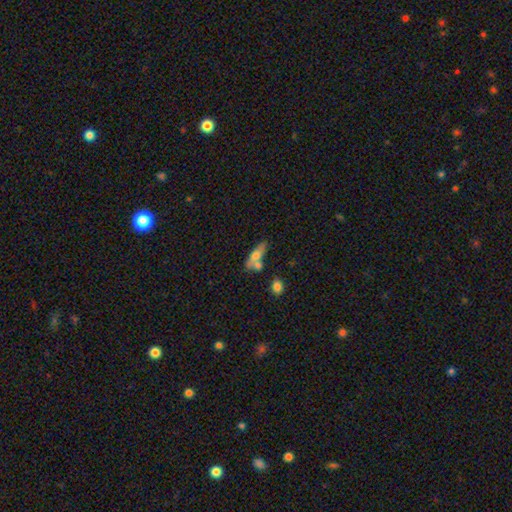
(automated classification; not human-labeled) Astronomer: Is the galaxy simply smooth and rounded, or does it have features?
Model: smooth — 61%.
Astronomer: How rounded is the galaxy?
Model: in between — 61%.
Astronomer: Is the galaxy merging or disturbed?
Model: none — 46% (runner-up: merger, 32%).